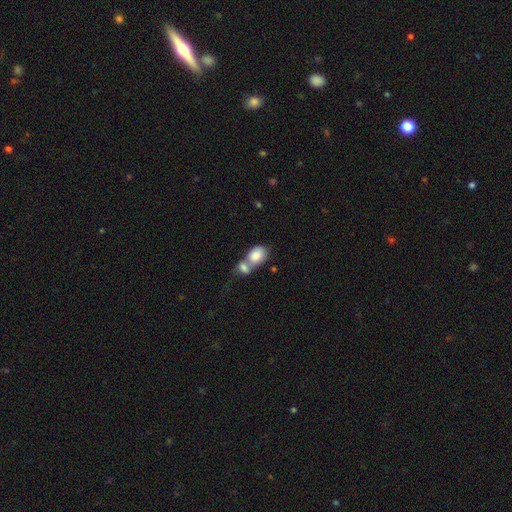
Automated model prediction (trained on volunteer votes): A smooth galaxy with no disk features (82%) that is in between round and cigar-shaped (81%).

Vote fractions:
- Smooth or featured? smooth: 82% / featured or disk: 11% / star or artifact: 6%
- How rounded? in between: 81% / round: 18% / cigar-shaped: 2%
- Merging? merger: 72% / none: 16% / minor disturbance: 7% / major disturbance: 5%